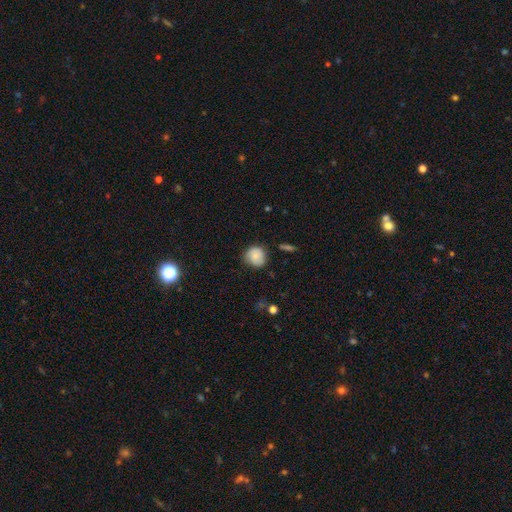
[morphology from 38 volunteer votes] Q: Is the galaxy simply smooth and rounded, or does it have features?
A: smooth — 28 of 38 (74%).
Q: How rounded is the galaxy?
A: round — 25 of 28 (89%).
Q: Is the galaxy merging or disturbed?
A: none — 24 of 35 (69%).